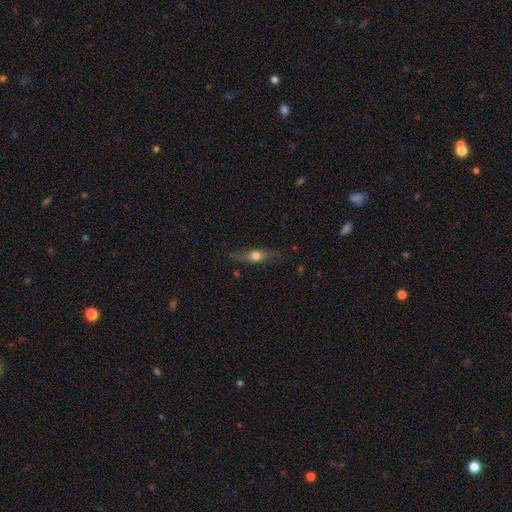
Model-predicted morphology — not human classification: Smooth or featured? Predicted: featured or disk (p=0.49). Merging? Predicted: none (p=0.74).